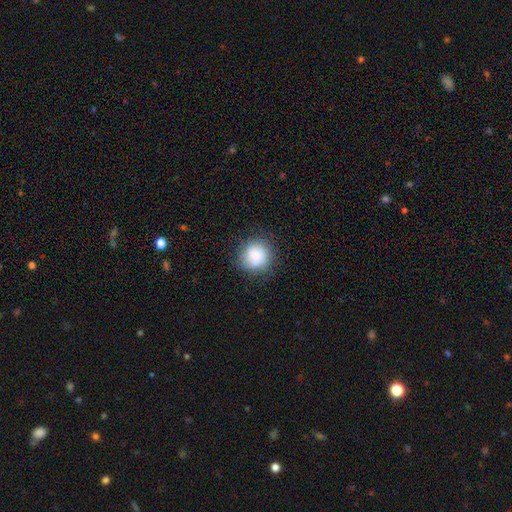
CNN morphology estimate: Q: Smooth or featured?
A: smooth (79%); runner-up: featured or disk (12%)
Q: How rounded?
A: round (90%); runner-up: in between (9%)
Q: Merging?
A: none (77%); runner-up: minor disturbance (15%)